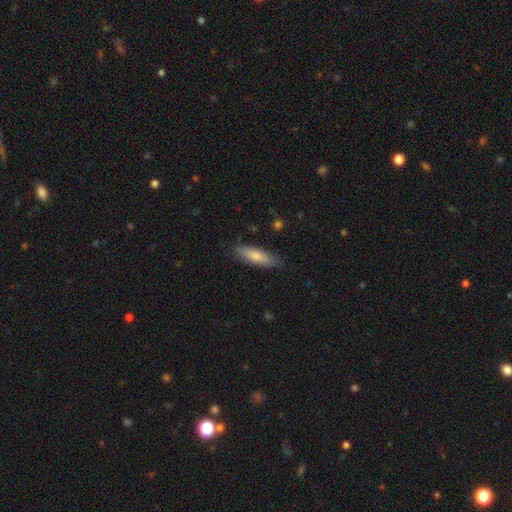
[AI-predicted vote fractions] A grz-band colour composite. It shows a smooth galaxy with no disk features (77%) that is cigar-shaped (55%). Merging: none (83%).